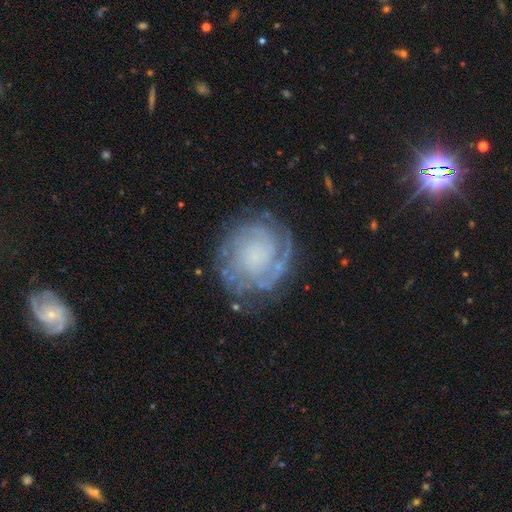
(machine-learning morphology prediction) Smooth or featured? featured or disk (80%)
Edge-on disk? no (98%)
Bar? no (79%)
Spiral arms? yes (93%)
Spiral winding? tight (72%)
Spiral arm count? can't tell (33%)
Bulge size? none (41%)
Merging? none (75%)